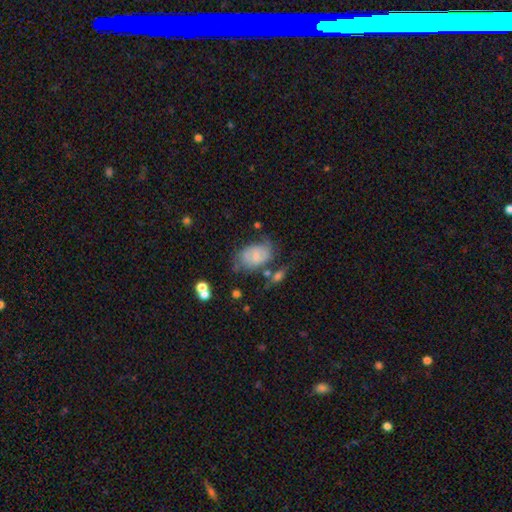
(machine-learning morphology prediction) Smooth or featured? smooth (52%)
How rounded? in between (82%)
Merging? none (43%)